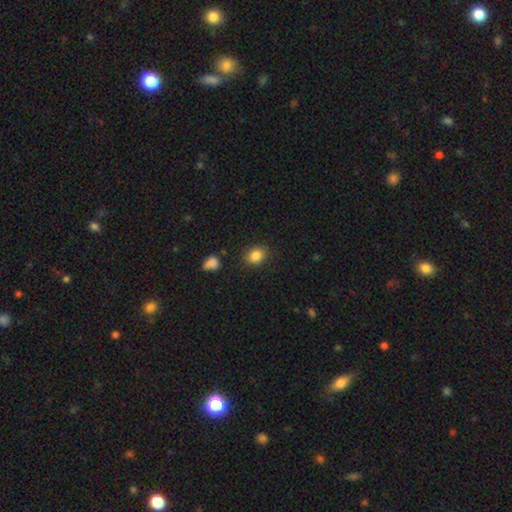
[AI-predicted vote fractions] smooth 85%, star or artifact 10%, featured or disk 5%. Down the decision tree: how rounded — round (51%); merging — none (84%).